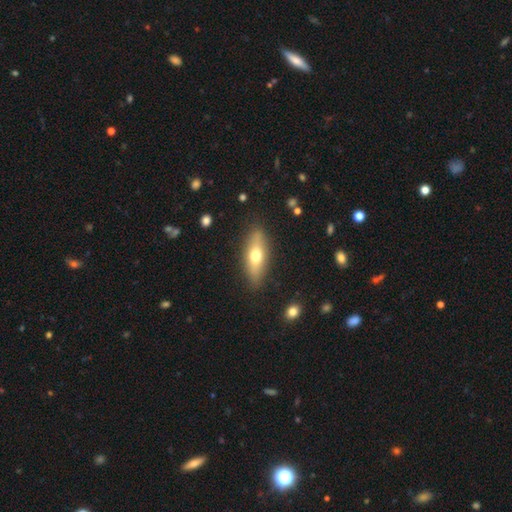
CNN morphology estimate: The model was most divided on "how rounded": in between: 54%, cigar-shaped: 42%, round: 4%. More confident: merging — none (86%); smooth or featured — smooth (58%).